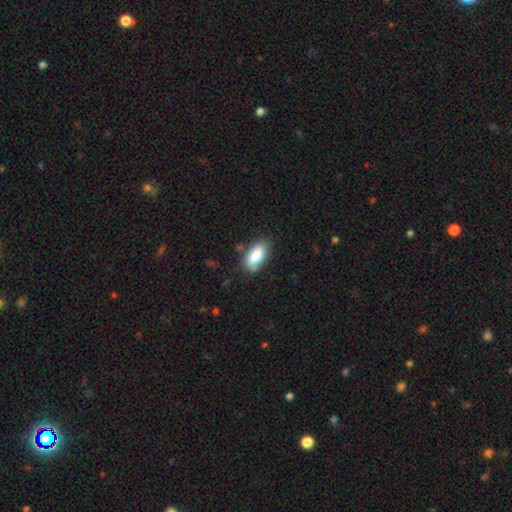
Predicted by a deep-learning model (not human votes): Smooth or featured? smooth (85%)
How rounded? in between (90%)
Merging? none (74%)